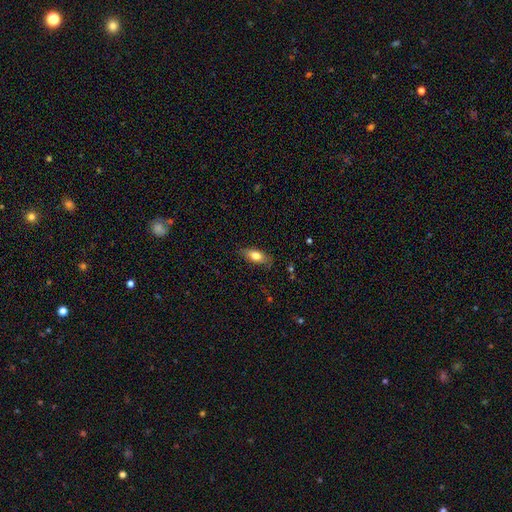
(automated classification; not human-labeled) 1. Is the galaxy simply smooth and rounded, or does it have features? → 74% smooth, 19% featured or disk, 7% star or artifact.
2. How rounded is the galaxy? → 78% in between, 18% cigar-shaped, 4% round.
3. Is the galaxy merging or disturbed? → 79% none, 16% minor disturbance, 3% major disturbance, 1% merger.